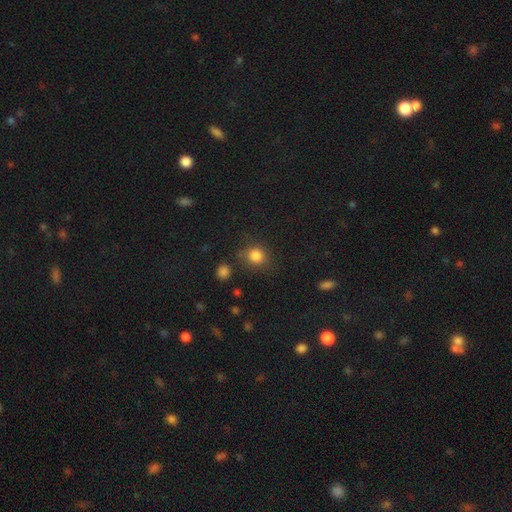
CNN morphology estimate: smooth-or-featured: smooth: 83% | star or artifact: 12% | featured or disk: 5%
  how-rounded: round: 82% | in between: 17% | cigar-shaped: 1%
  merging: none: 75% | minor disturbance: 14% | merger: 5% | major disturbance: 5%